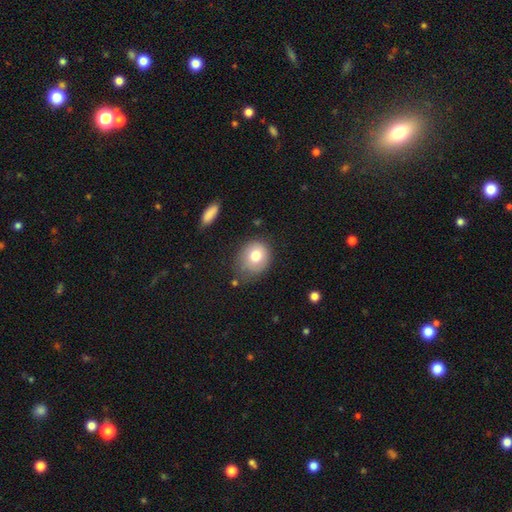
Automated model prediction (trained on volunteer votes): Smooth or featured? Predicted: smooth (p=0.76). How rounded? Predicted: round (p=0.67). Merging? Predicted: none (p=0.59).